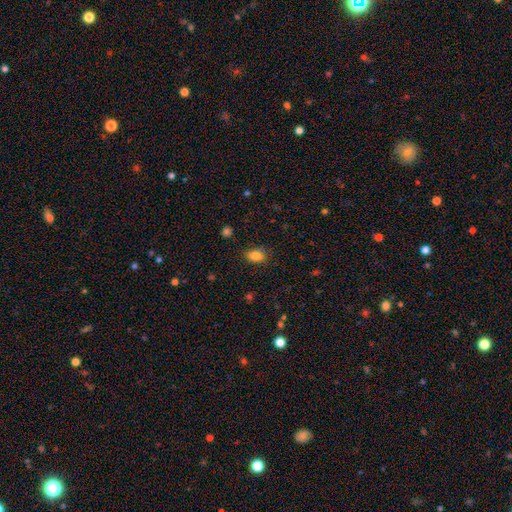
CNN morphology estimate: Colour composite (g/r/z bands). It shows a smooth galaxy with no disk features (83%) that is in between round and cigar-shaped (81%). Merging: none (79%).